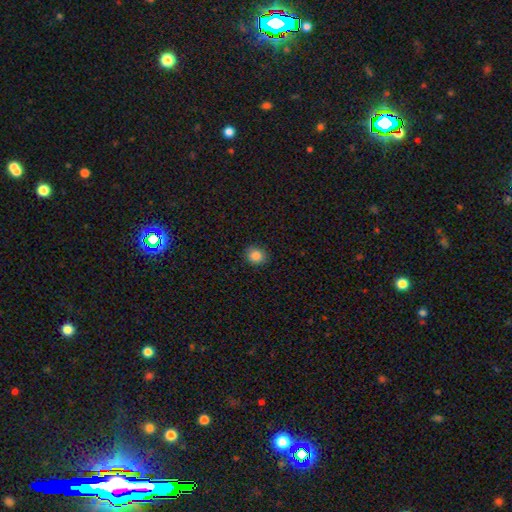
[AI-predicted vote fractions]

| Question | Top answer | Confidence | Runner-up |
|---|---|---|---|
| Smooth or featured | smooth | 86% | star or artifact (10%) |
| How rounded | round | 75% | in between (24%) |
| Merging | none | 89% | minor disturbance (8%) |